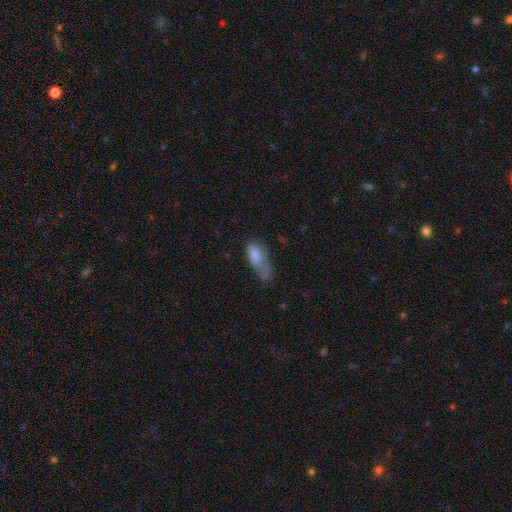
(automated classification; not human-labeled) Overall: smooth (78%). How rounded: in between (77%). Merging: minor disturbance (32%, tied with major disturbance).